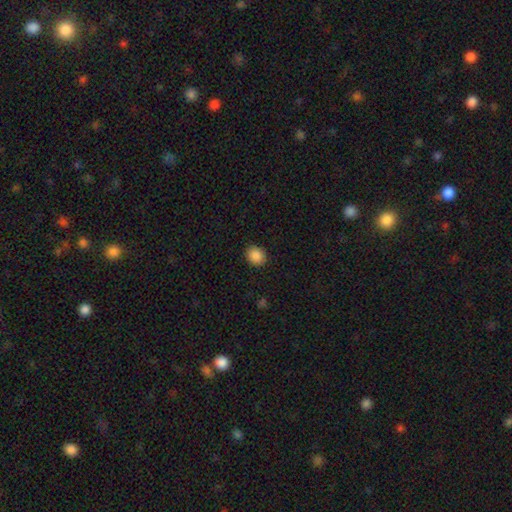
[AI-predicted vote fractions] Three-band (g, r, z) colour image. It shows a smooth galaxy with no disk features (88%) that is round (64%). Merging: none (90%).